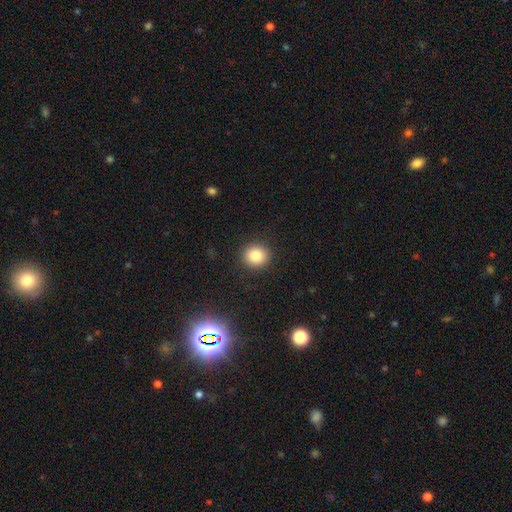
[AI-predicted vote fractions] Smooth or featured?
  - smooth: 82% *
  - star or artifact: 11%
  - featured or disk: 7%
How rounded?
  - round: 88% *
  - in between: 11%
  - cigar-shaped: 1%
Merging?
  - none: 91% *
  - minor disturbance: 6%
  - major disturbance: 2%
  - merger: 1%